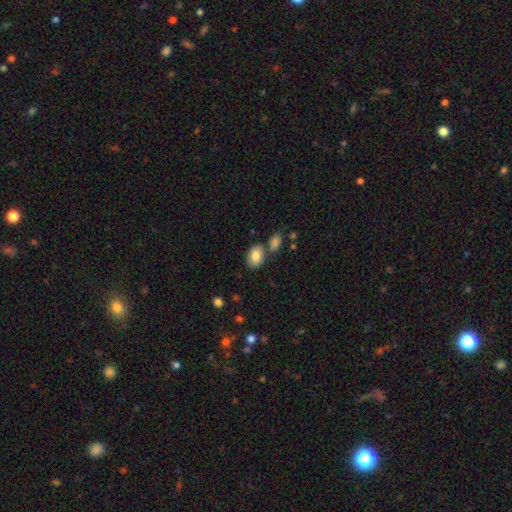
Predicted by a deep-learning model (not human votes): This is clearly a smooth galaxy (85%). How rounded: clearly in between (85%). Merging: likely none (66%).